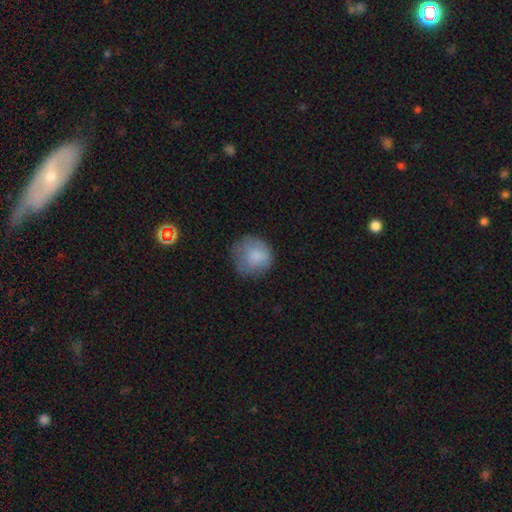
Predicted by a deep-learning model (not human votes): smooth 80%, featured or disk 12%, star or artifact 8%. Down the decision tree: how rounded — round (87%); merging — none (62%).